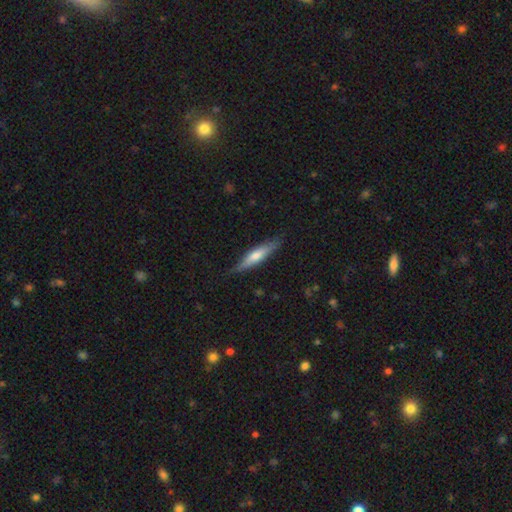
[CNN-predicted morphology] type=smooth (48%); merging=none (81%).